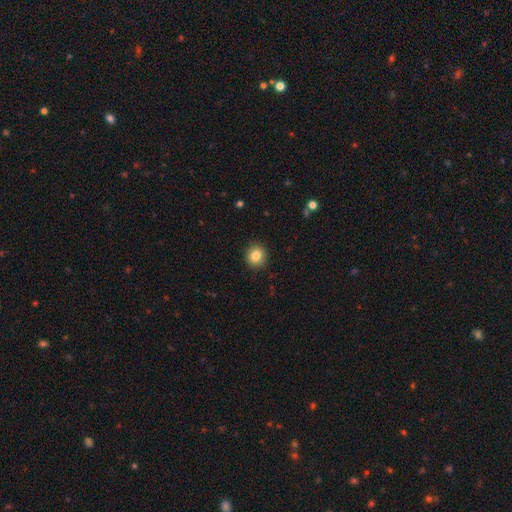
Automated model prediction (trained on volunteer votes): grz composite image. It shows a smooth galaxy with no disk features (84%) that is round (84%). Merging: none (91%).